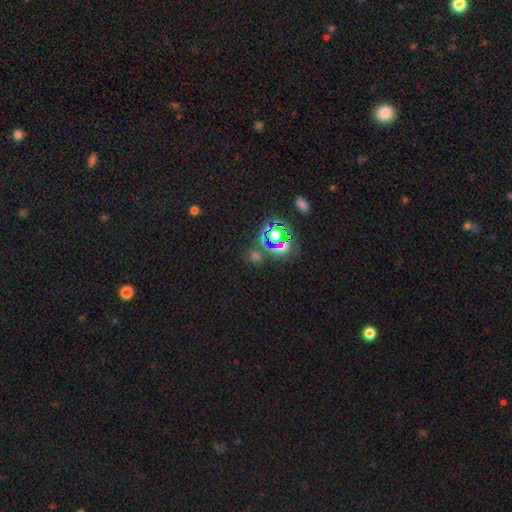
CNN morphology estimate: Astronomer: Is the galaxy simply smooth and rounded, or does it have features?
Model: star or artifact — 57% (runner-up: smooth, 35%).